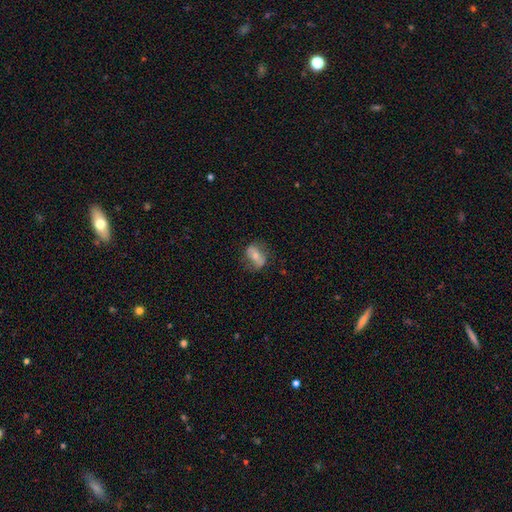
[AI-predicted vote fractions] Morphology: type=smooth (50%); roundness=in between (78%); merging=none (66%).